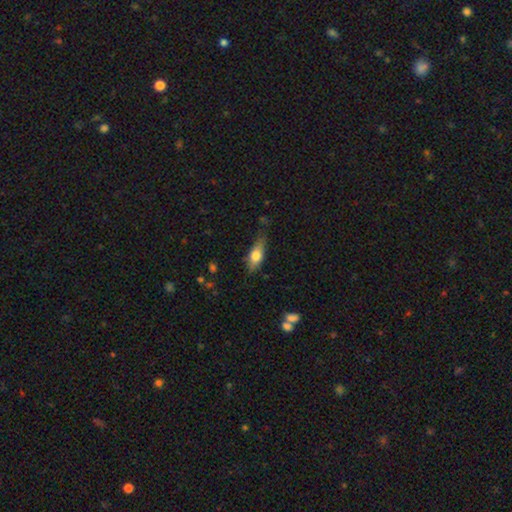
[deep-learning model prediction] Smooth or featured? Predicted: smooth (p=0.66). How rounded? Predicted: in between (p=0.68). Merging? Predicted: none (p=0.65).